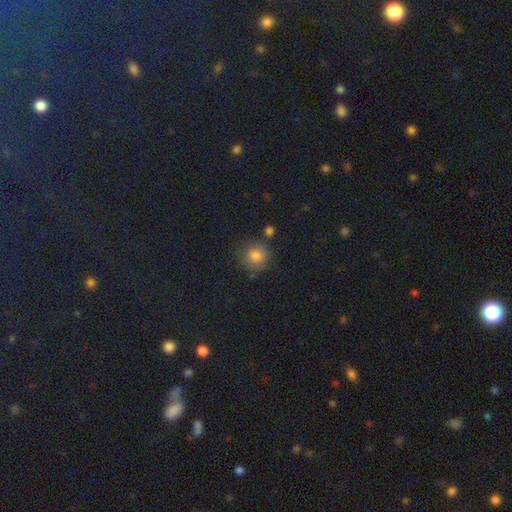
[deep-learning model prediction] Smooth or featured?
  - smooth: 80% *
  - star or artifact: 13%
  - featured or disk: 7%
How rounded?
  - round: 90% *
  - in between: 9%
  - cigar-shaped: 1%
Merging?
  - none: 79% *
  - minor disturbance: 12%
  - merger: 5%
  - major disturbance: 4%